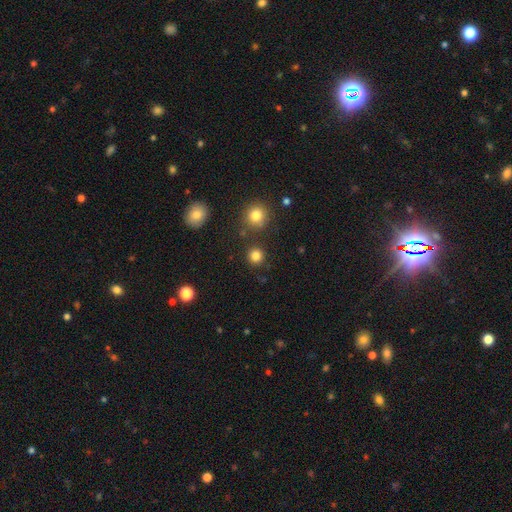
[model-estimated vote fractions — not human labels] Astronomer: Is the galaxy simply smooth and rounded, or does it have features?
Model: smooth — 83%.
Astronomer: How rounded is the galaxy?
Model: round — 93%.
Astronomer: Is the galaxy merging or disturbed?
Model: none — 88%.